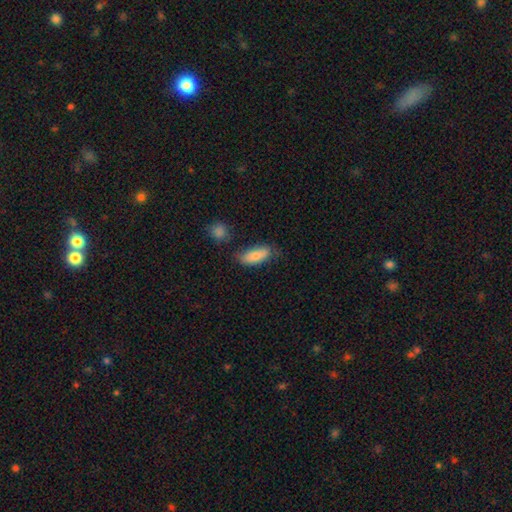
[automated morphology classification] Overall: smooth (83%). How rounded: in between (81%). Merging: none (63%; minor disturbance 24%).